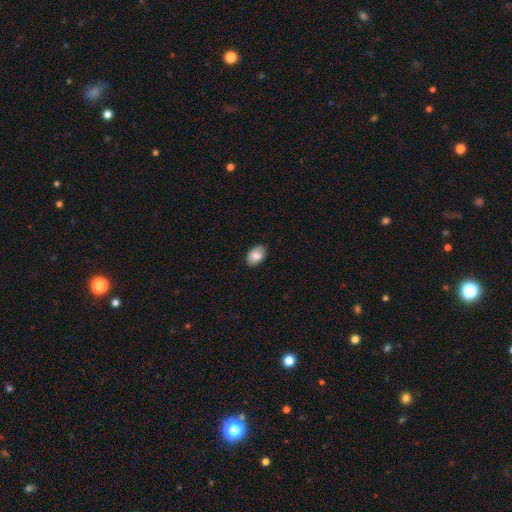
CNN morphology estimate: Smooth or featured: smooth — 85% (featured or disk — 8%)
How rounded: in between — 87% (round — 12%)
Merging: none — 87% (minor disturbance — 10%)